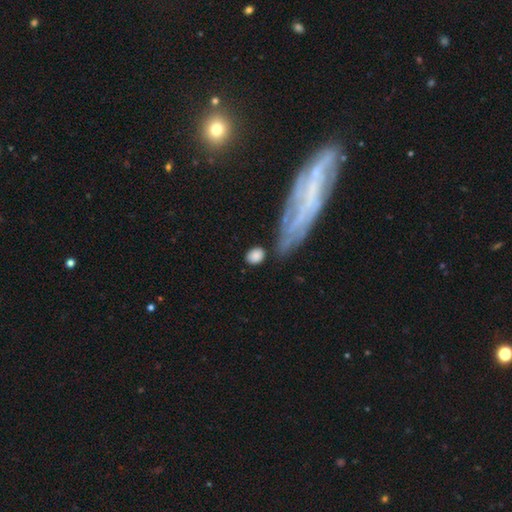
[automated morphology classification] This appears to be a smooth galaxy with no disk features (81%) that is in between round and cigar-shaped (58%). Merging: none (69%).